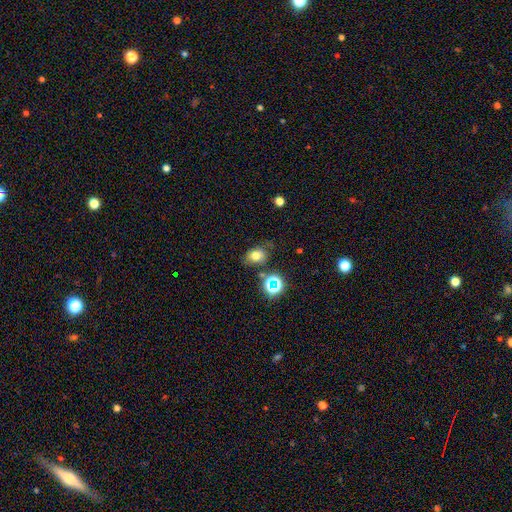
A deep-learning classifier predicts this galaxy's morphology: A smooth galaxy with no disk features (71%) that is in between round and cigar-shaped (61%).

Vote fractions:
- Smooth or featured? smooth: 71% / star or artifact: 18% / featured or disk: 11%
- How rounded? in between: 61% / round: 37% / cigar-shaped: 1%
- Merging? none: 67% / minor disturbance: 20% / major disturbance: 6% / merger: 6%